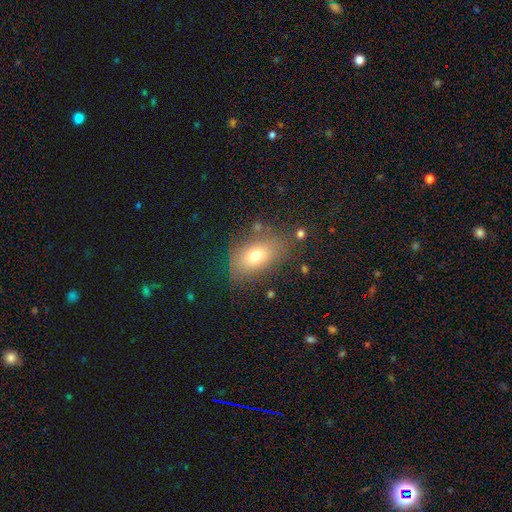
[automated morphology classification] This is likely a smooth galaxy (72%). How rounded: clearly in between (86%). Merging: likely none (74%).